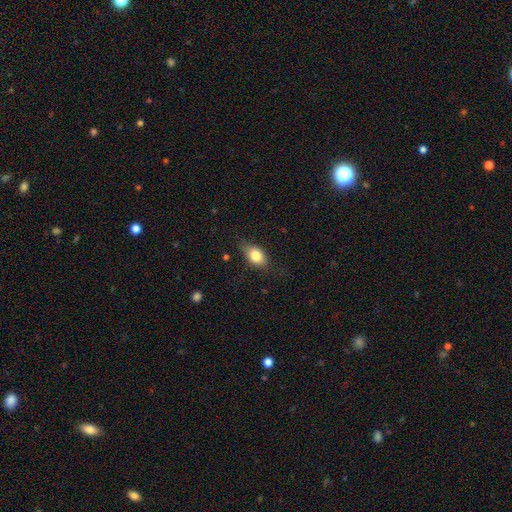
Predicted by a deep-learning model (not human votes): Q: Smooth or featured?
A: smooth (79%); runner-up: featured or disk (13%)
Q: How rounded?
A: in between (80%); runner-up: round (17%)
Q: Merging?
A: none (71%); runner-up: minor disturbance (22%)